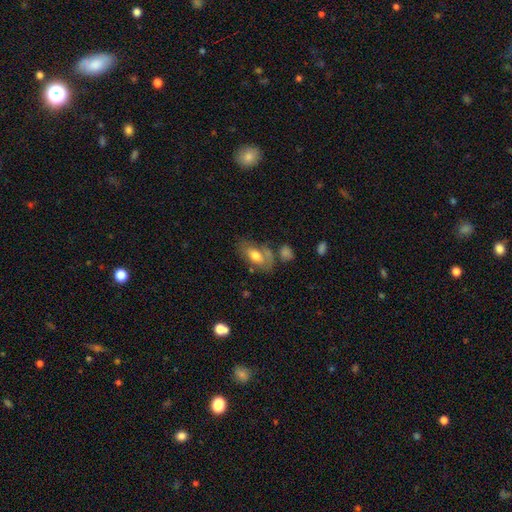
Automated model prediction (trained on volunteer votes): Morphology: type=smooth (65%); roundness=in between (89%); merging=none (56%).